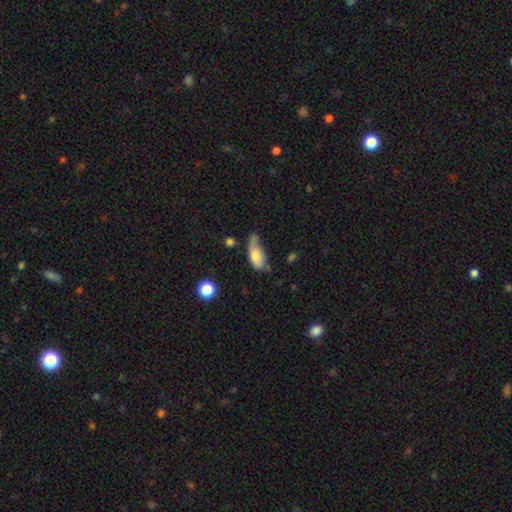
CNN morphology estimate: smooth 68%, featured or disk 24%, star or artifact 8%. Down the decision tree: how rounded — in between (81%); merging — minor disturbance (37%).